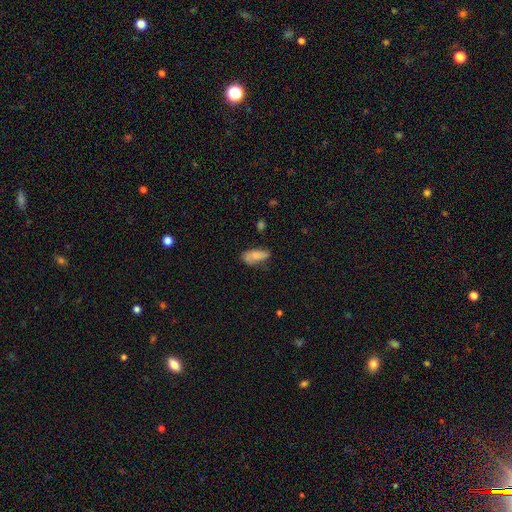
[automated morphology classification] smooth 73%, featured or disk 19%, star or artifact 8%. Down the decision tree: how rounded — in between (81%); merging — none (52%).